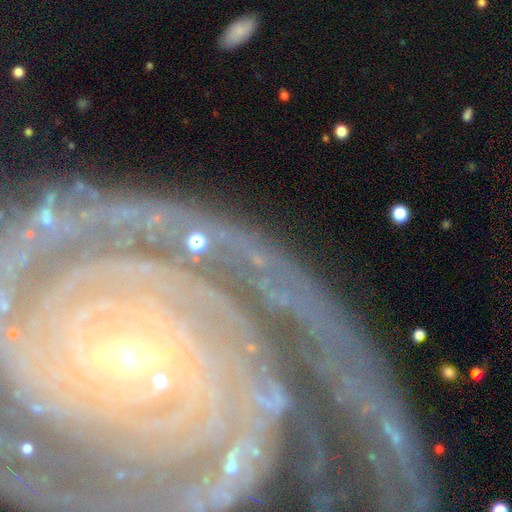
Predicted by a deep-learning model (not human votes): Morphology: type=featured or disk (88%); edge-on=no (95%); bar=weak (35%); spiral arms=yes (97%); winding=tight (81%); arm count=2 (32%); bulge=small (72%); merging=none (72%).